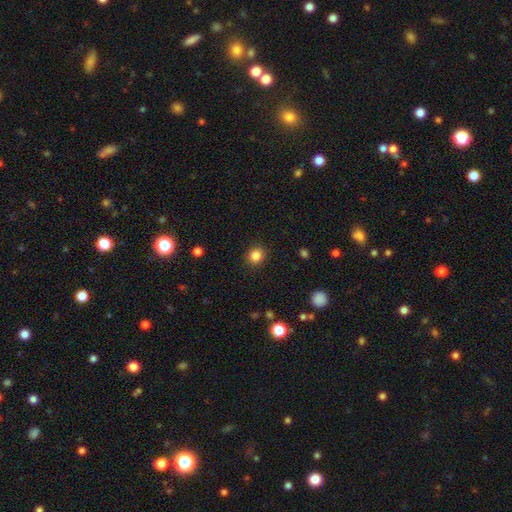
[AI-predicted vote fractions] The model was most divided on "smooth or featured": smooth: 84%, star or artifact: 11%, featured or disk: 4%. More confident: merging — none (91%); how rounded — round (87%).